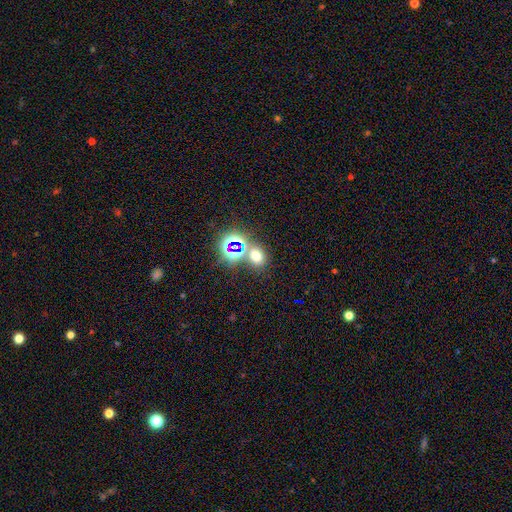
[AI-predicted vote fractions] smooth_or_featured: smooth (p=0.57) [alt: star or artifact p=0.35]
how_rounded: round (p=0.50) [alt: in between p=0.48]
merging: none (p=0.65) [alt: merger p=0.22]